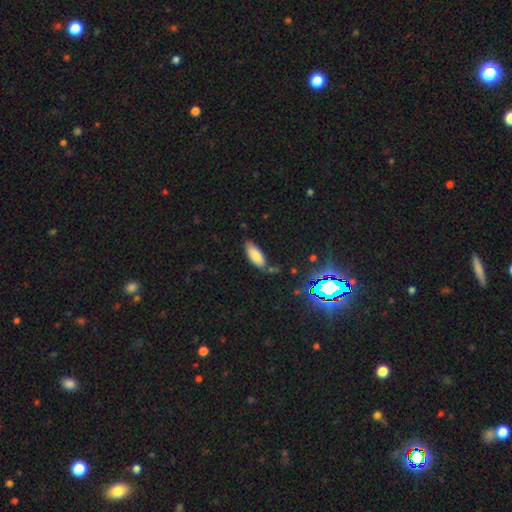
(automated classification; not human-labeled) This appears to be a smooth galaxy with no disk features (82%) that is in between round and cigar-shaped (80%). Merging: none (69%).